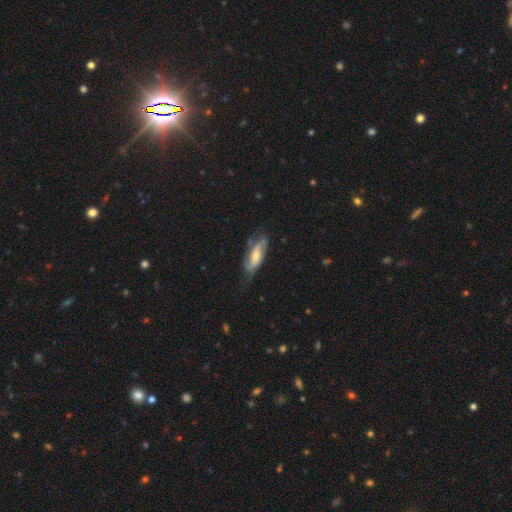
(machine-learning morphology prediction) Smooth or featured? featured or disk (63%)
Edge-on disk? no (82%)
Bar? no (50%)
Spiral arms? yes (86%)
Bulge size? moderate (51%)
Merging? none (59%)